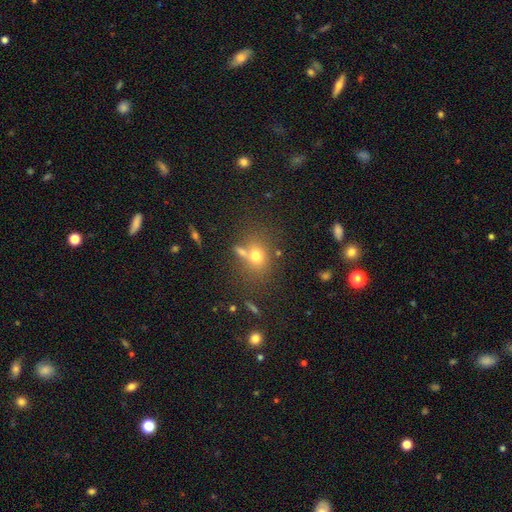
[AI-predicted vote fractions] This is likely a smooth galaxy (69%). How rounded: possibly round (56%). Merging: possibly none (58%).